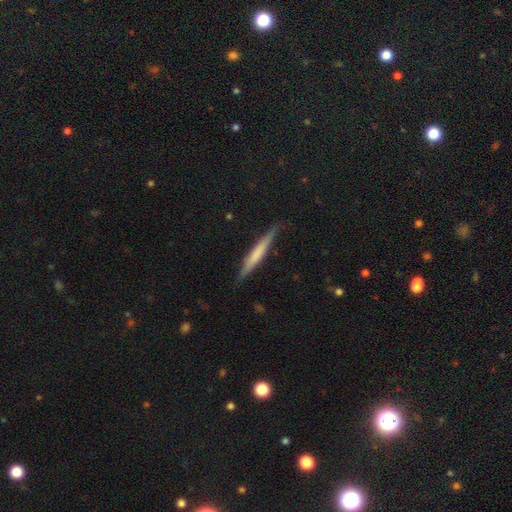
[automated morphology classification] The model was most divided on "smooth or featured": featured or disk: 48%, smooth: 44%, star or artifact: 8%. More confident: merging — none (85%).